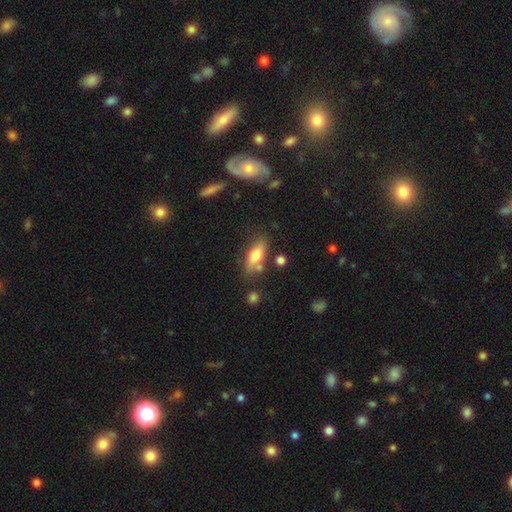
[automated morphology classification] This is likely a smooth galaxy (69%). How rounded: likely in between (76%). Merging: likely none (63%).